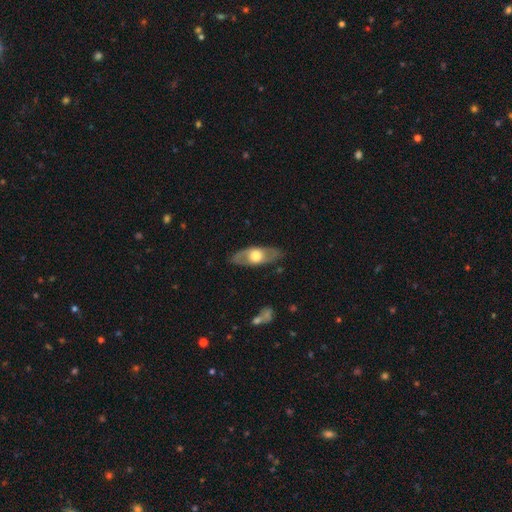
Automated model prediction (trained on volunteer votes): Smooth or featured? featured or disk (54%)
Edge-on disk? no (67%)
Merging? none (82%)